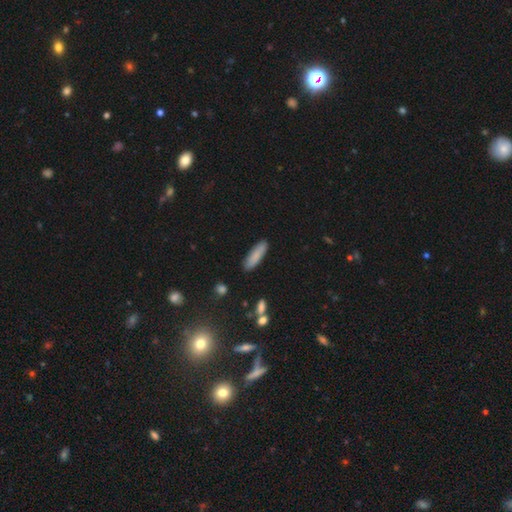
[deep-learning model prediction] This appears to be a smooth galaxy with no disk features (85%) that is cigar-shaped (62%). Merging: none (88%).